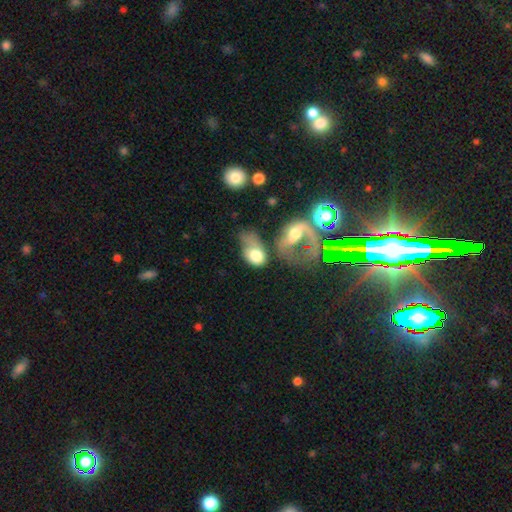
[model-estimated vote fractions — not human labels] smooth_or_featured: smooth (p=0.61) [alt: featured or disk p=0.30]
how_rounded: in between (p=0.77) [alt: round p=0.22]
merging: merger (p=0.36) [alt: major disturbance p=0.33]